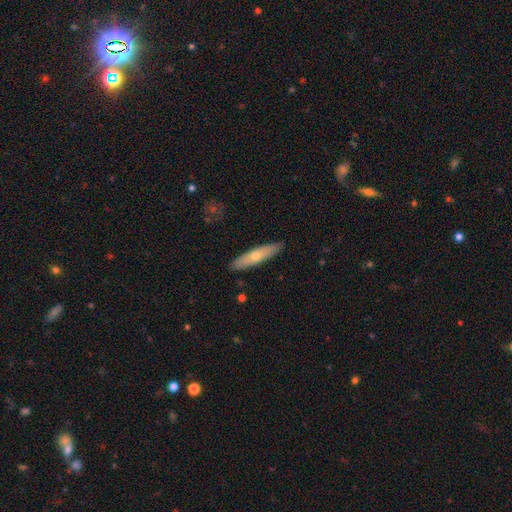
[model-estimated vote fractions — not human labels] smooth_or_featured: smooth (p=0.51) [alt: featured or disk p=0.43]
how_rounded: cigar-shaped (p=0.80) [alt: in between p=0.18]
merging: none (p=0.90) [alt: minor disturbance p=0.07]